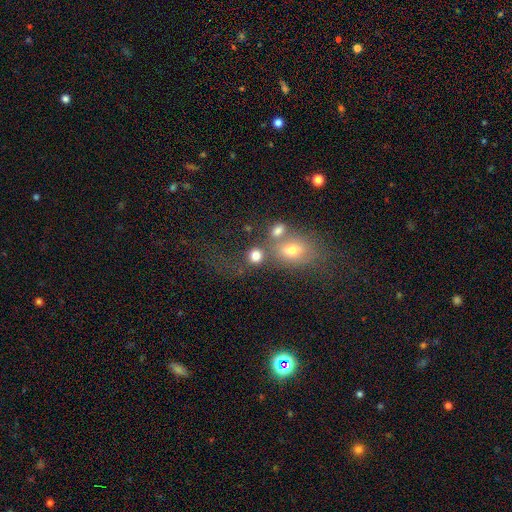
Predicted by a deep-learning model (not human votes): Smooth or featured?
  - smooth: 75% *
  - star or artifact: 14%
  - featured or disk: 12%
How rounded?
  - round: 75% *
  - in between: 24%
  - cigar-shaped: 2%
Merging?
  - none: 49% *
  - merger: 30%
  - minor disturbance: 11%
  - major disturbance: 10%